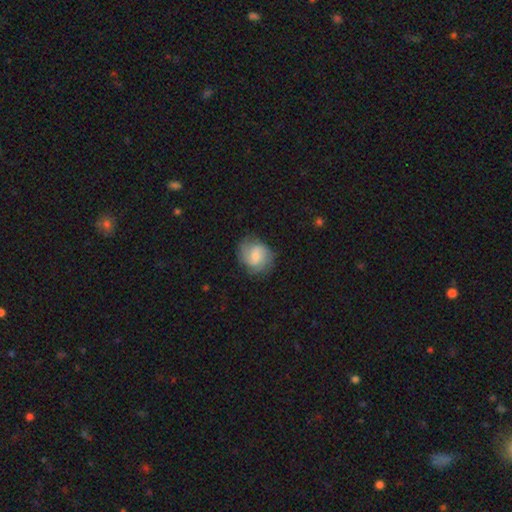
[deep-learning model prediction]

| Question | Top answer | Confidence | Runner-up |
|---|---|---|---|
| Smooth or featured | featured or disk | 67% | smooth (27%) |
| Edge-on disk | no | 98% | yes (2%) |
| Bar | no | 48% | weak (45%) |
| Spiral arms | yes | 95% | no (5%) |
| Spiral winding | medium | 43% | tight (42%) |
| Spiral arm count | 2 | 46% | 3 (23%) |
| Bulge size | small | 46% | moderate (39%) |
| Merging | none | 78% | minor disturbance (15%) |